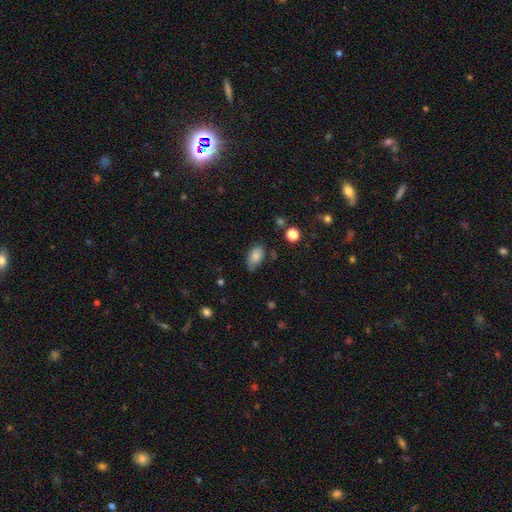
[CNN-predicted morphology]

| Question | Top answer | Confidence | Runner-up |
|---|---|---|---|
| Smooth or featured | smooth | 82% | featured or disk (10%) |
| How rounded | in between | 92% | round (6%) |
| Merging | none | 59% | minor disturbance (31%) |